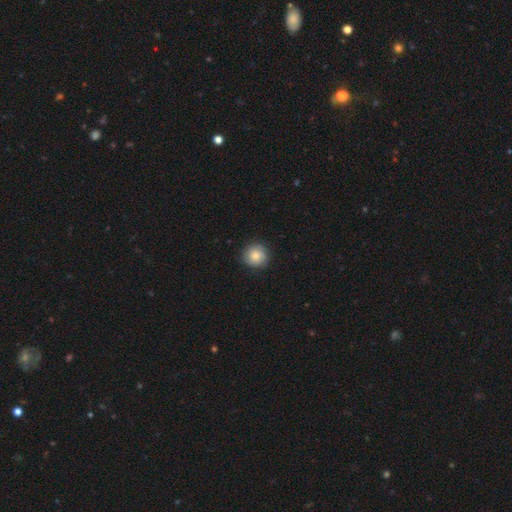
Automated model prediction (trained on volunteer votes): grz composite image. It shows a smooth galaxy with no disk features (77%) that is round (93%). Merging: none (85%).